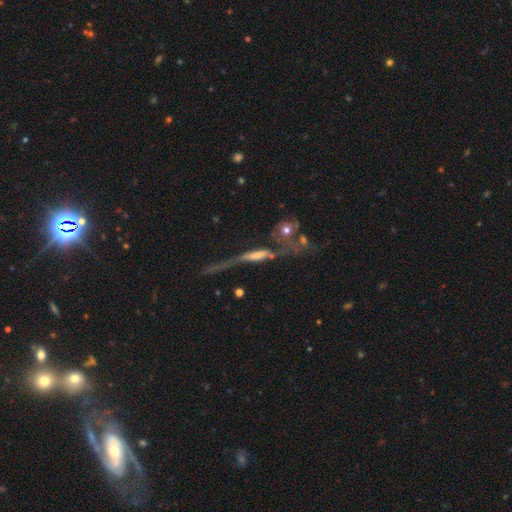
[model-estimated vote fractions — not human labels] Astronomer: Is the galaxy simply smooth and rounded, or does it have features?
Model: featured or disk — 64%.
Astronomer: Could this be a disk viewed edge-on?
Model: yes — 69%.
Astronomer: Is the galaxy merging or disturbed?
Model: major disturbance — 31% (runner-up: none, 30%).